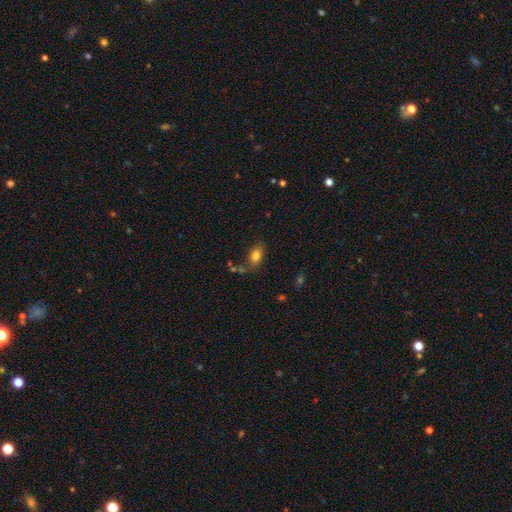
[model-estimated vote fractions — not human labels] This appears to be a smooth galaxy with no disk features (81%) that is in between round and cigar-shaped (87%). Merging: none (67%).